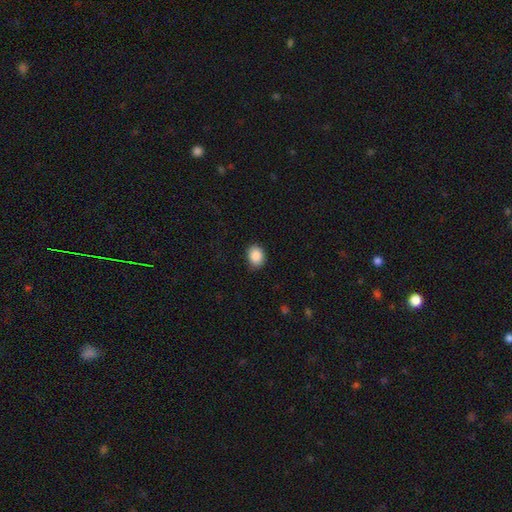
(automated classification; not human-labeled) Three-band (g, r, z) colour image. It shows a smooth galaxy with no disk features (89%) that is in between round and cigar-shaped (55%). Merging: none (81%).